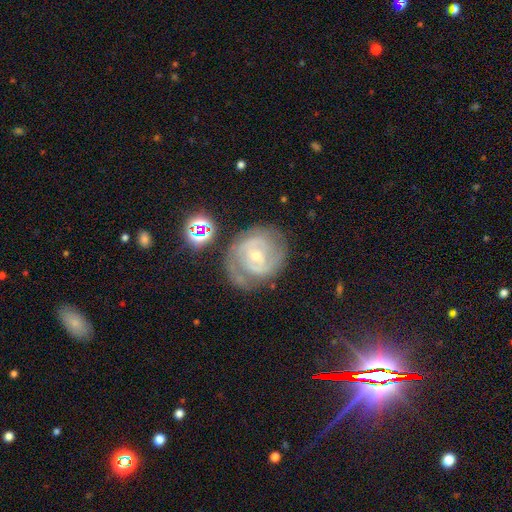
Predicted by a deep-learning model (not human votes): Smooth or featured: featured or disk — 81% (smooth — 11%)
Edge-on disk: no — 97% (yes — 3%)
Bar: no — 53% (weak — 37%)
Spiral arms: yes — 91% (no — 9%)
Spiral winding: tight — 62% (medium — 30%)
Spiral arm count: 2 — 47% (can't tell — 29%)
Bulge size: small — 63% (moderate — 34%)
Merging: none — 63% (minor disturbance — 22%)